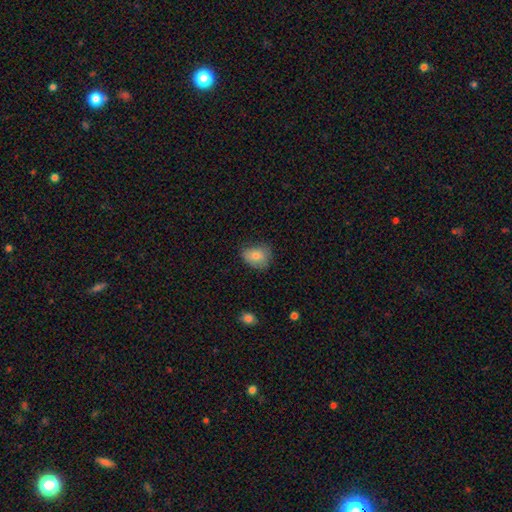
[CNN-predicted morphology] This appears to be a smooth galaxy with no disk features (79%) that is in between round and cigar-shaped (56%). Merging: none (60%).